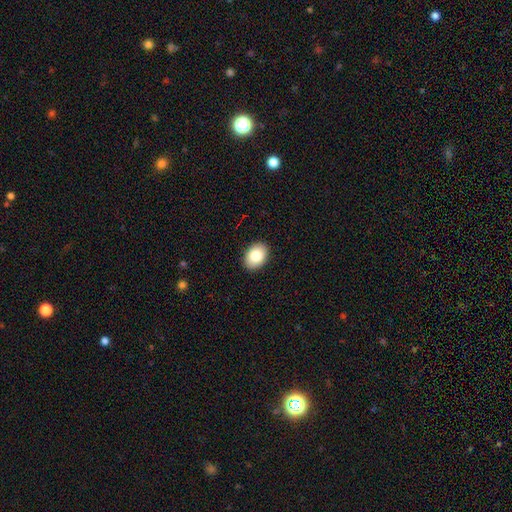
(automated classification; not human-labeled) Morphology: type=smooth (85%); roundness=in between (81%); merging=none (91%).